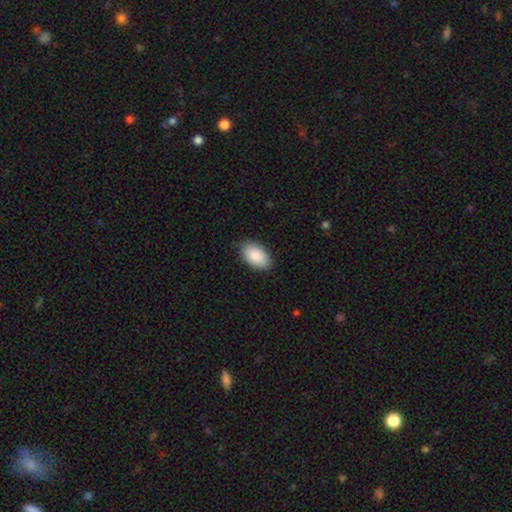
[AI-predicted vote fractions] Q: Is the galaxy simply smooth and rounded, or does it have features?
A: smooth — 88%.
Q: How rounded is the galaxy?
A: in between — 94%.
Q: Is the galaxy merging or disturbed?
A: none — 84%.